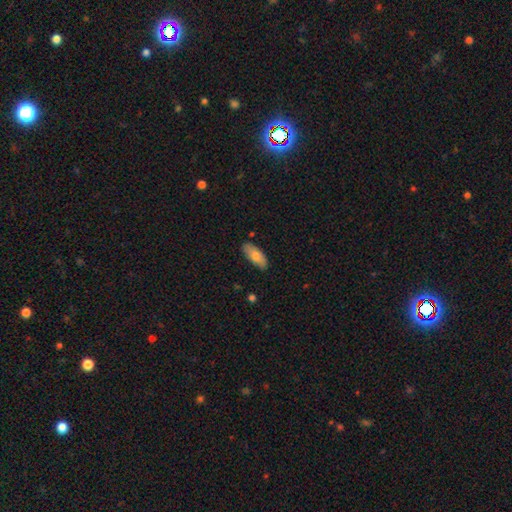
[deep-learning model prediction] A smooth galaxy with no disk features (79%) that is in between round and cigar-shaped (82%).

Vote fractions:
- Smooth or featured? smooth: 79% / featured or disk: 15% / star or artifact: 6%
- How rounded? in between: 82% / cigar-shaped: 16% / round: 2%
- Merging? none: 83% / minor disturbance: 14% / major disturbance: 2% / merger: 1%